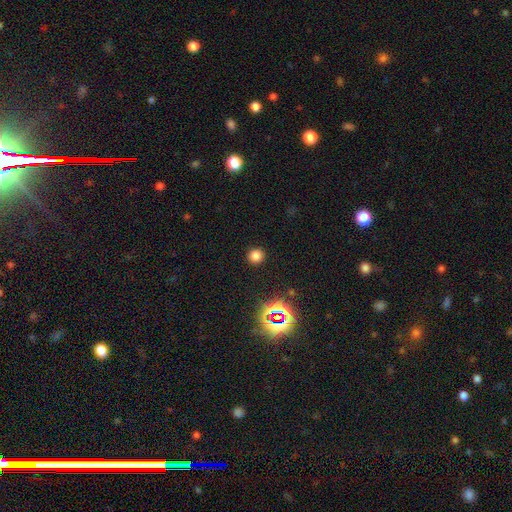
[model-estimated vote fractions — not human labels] Overall: smooth (76%). How rounded: round (92%). Merging: none (91%).